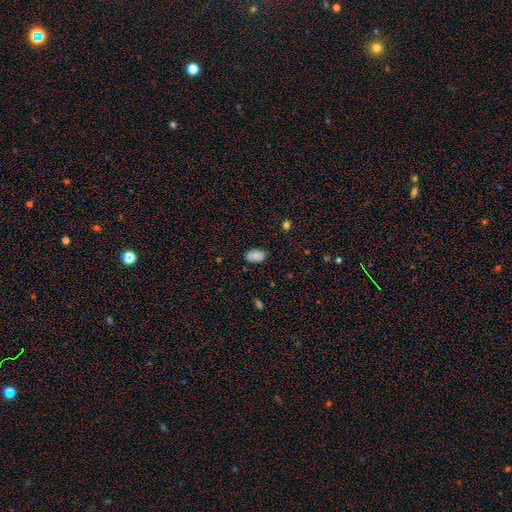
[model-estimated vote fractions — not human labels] A smooth galaxy with no disk features (84%) that is in between round and cigar-shaped (92%).

Vote fractions:
- Smooth or featured? smooth: 84% / star or artifact: 9% / featured or disk: 7%
- How rounded? in between: 92% / round: 6% / cigar-shaped: 1%
- Merging? none: 81% / minor disturbance: 15% / major disturbance: 3% / merger: 1%